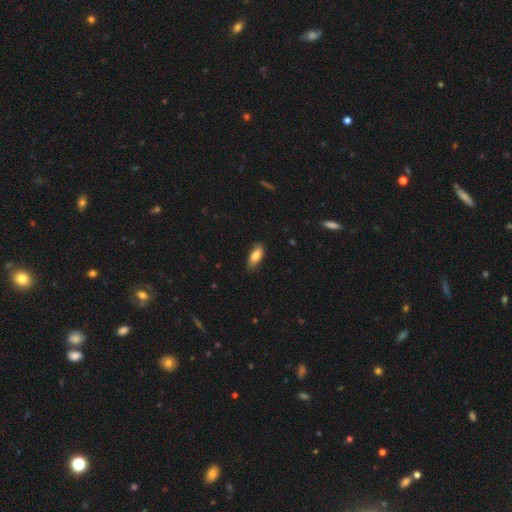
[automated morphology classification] This is clearly a smooth galaxy (81%). How rounded: clearly in between (84%). Merging: clearly none (80%).